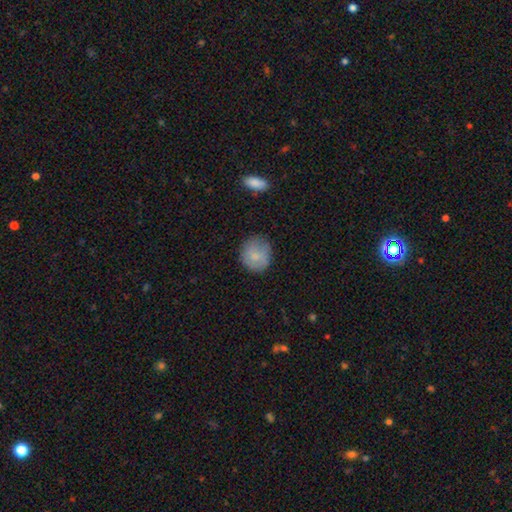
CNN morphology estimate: The model was most divided on "merging": none: 75%, minor disturbance: 19%, major disturbance: 5%, merger: 2%. More confident: how rounded — round (85%); smooth or featured — smooth (80%).